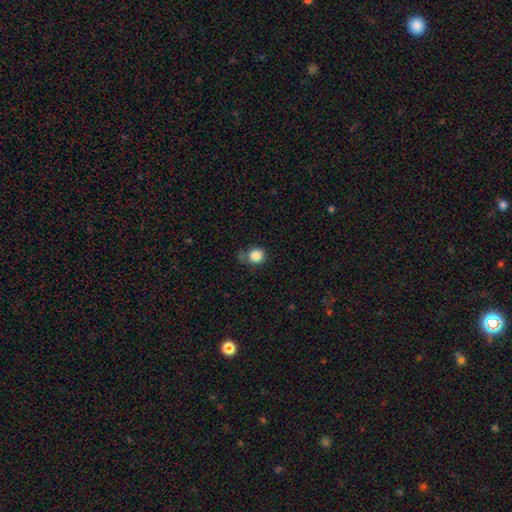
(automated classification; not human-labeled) The model was most divided on "merging": none: 62%, minor disturbance: 22%, major disturbance: 8%, merger: 7%. More confident: how rounded — round (86%); smooth or featured — smooth (86%).